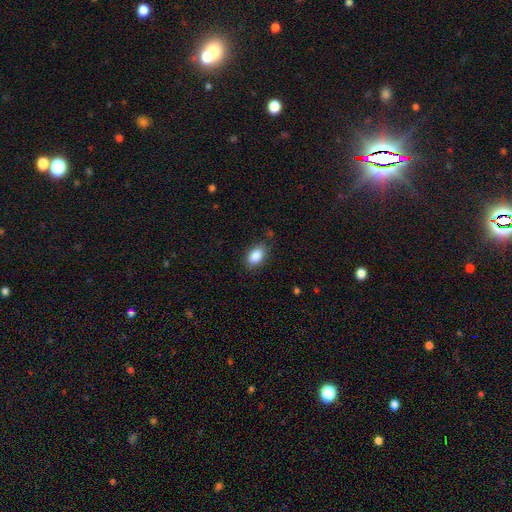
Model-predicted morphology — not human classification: Smooth or featured? Predicted: smooth (p=0.88). How rounded? Predicted: in between (p=0.89). Merging? Predicted: none (p=0.81).